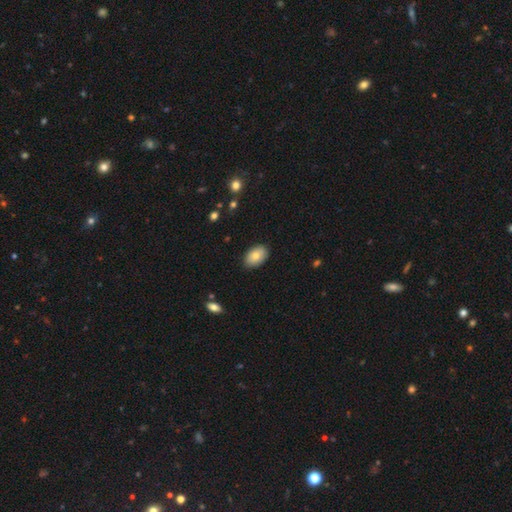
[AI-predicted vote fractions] This appears to be a smooth galaxy with no disk features (79%) that is in between round and cigar-shaped (90%). Merging: none (87%).